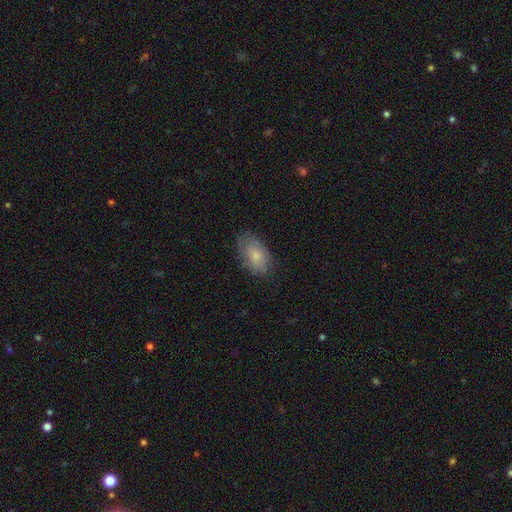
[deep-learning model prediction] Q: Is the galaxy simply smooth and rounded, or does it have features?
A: smooth — 73%.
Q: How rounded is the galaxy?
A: in between — 91%.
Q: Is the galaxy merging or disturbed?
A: none — 71%.